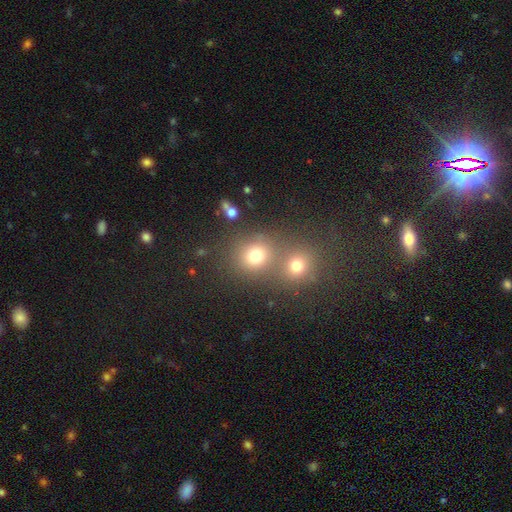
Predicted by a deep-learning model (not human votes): This appears to be a smooth galaxy with no disk features (74%) that is round (77%). Merging: none (51%).